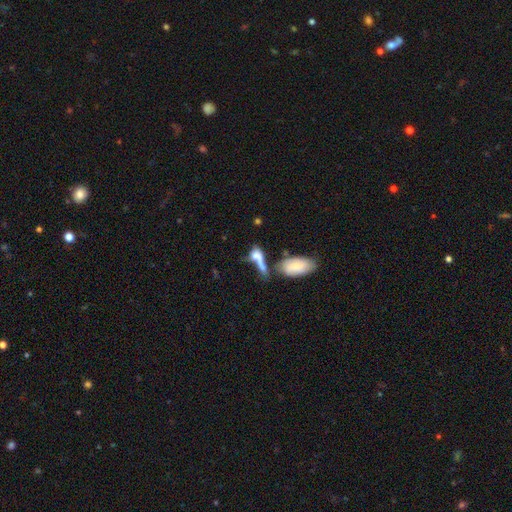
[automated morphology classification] type=smooth (61%); roundness=in between (64%); merging=merger (46%).